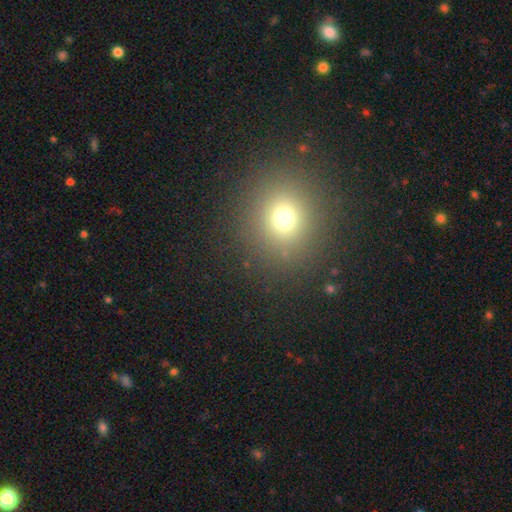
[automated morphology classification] Smooth or featured: smooth — 66% (star or artifact — 26%)
How rounded: round — 86% (in between — 13%)
Merging: none — 92% (minor disturbance — 5%)